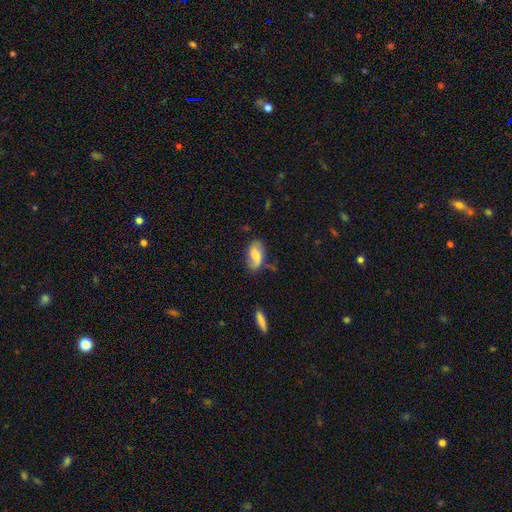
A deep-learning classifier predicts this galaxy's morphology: Q: Smooth or featured?
A: smooth (53%); runner-up: featured or disk (39%)
Q: How rounded?
A: in between (91%); runner-up: round (5%)
Q: Merging?
A: none (66%); runner-up: minor disturbance (24%)